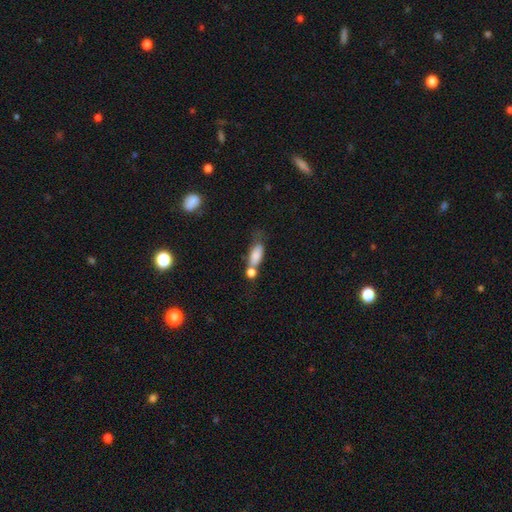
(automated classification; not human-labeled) A smooth galaxy with no disk features (79%) that is in between round and cigar-shaped (75%). Merging: merger (41%).